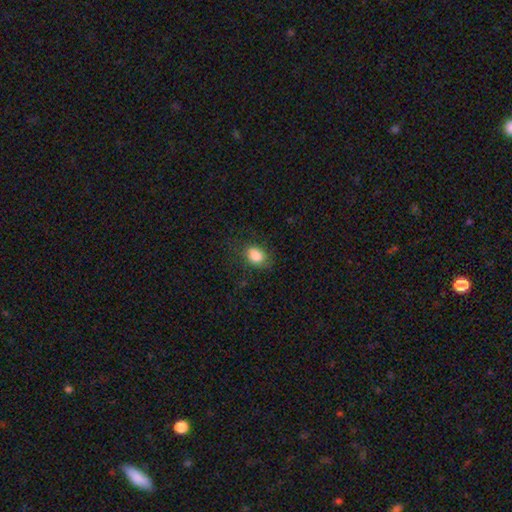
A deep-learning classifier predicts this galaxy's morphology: Smooth or featured?
  - smooth: 84% *
  - star or artifact: 9%
  - featured or disk: 7%
How rounded?
  - in between: 74% *
  - round: 25%
  - cigar-shaped: 1%
Merging?
  - none: 69% *
  - minor disturbance: 21%
  - major disturbance: 9%
  - merger: 1%